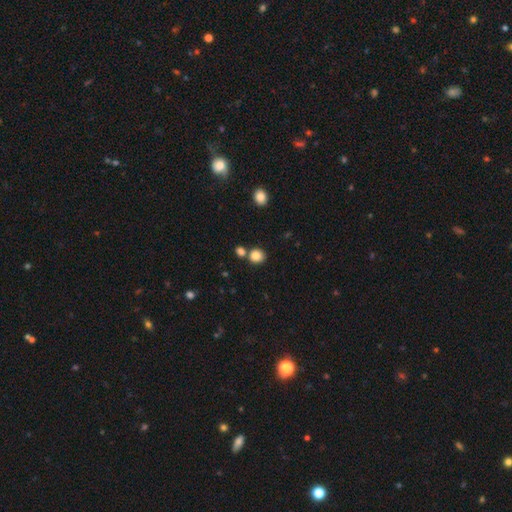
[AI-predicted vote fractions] Smooth or featured? smooth (85%)
How rounded? round (83%)
Merging? none (68%)